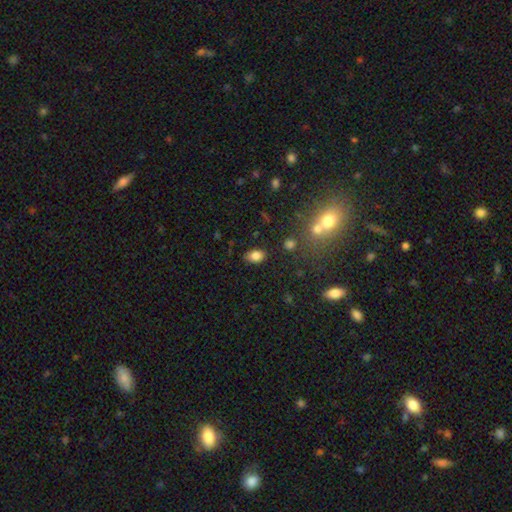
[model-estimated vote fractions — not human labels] Q: Smooth or featured?
A: smooth (82%); runner-up: star or artifact (10%)
Q: How rounded?
A: in between (85%); runner-up: round (14%)
Q: Merging?
A: none (83%); runner-up: minor disturbance (12%)